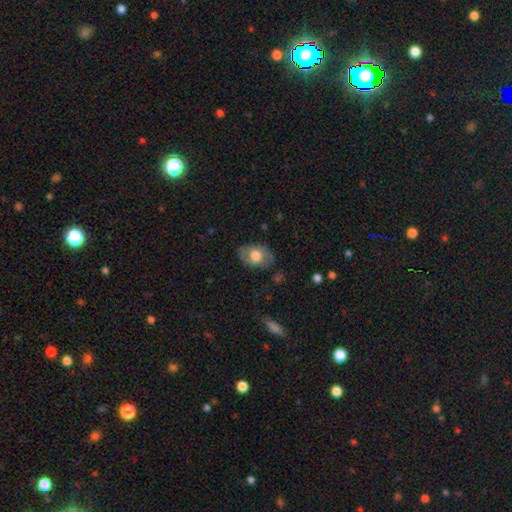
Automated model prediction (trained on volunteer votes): smooth 64%, featured or disk 29%, star or artifact 7%. Down the decision tree: how rounded — in between (78%); merging — none (74%).